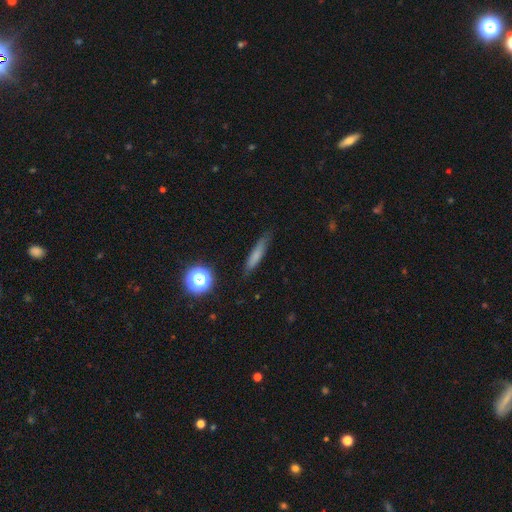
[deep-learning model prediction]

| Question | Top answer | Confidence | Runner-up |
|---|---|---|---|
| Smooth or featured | smooth | 70% | featured or disk (19%) |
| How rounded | cigar-shaped | 83% | in between (13%) |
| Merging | none | 81% | minor disturbance (14%) |